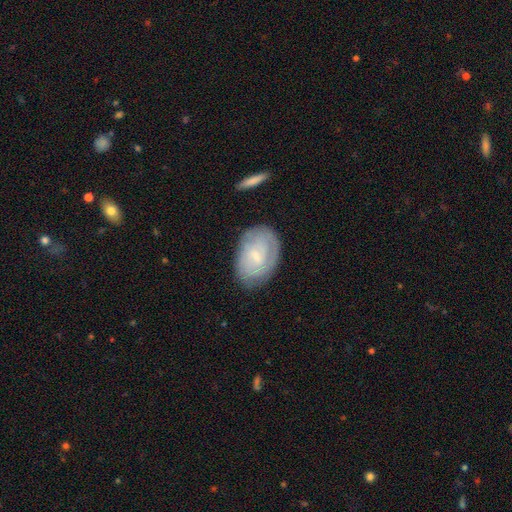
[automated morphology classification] type=featured or disk (50%); edge-on=no (95%); merging=none (73%).